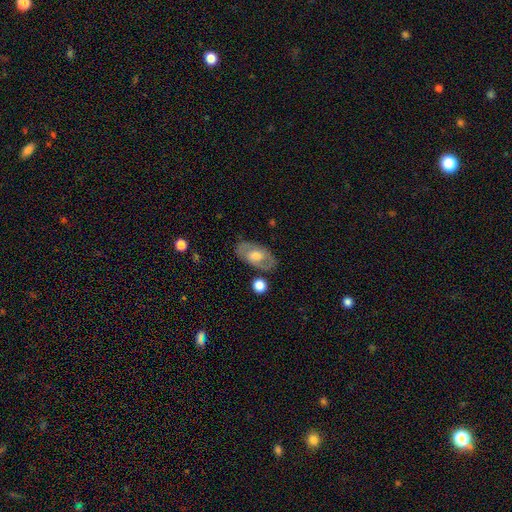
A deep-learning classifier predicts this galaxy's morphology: Smooth or featured: featured or disk — 53% (smooth — 41%)
Edge-on disk: no — 88% (yes — 12%)
Merging: none — 78% (minor disturbance — 14%)